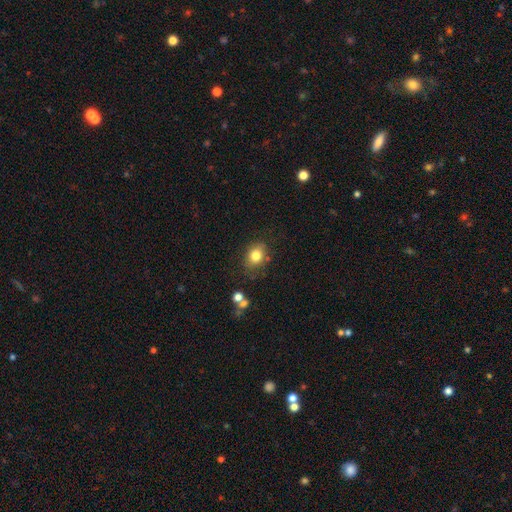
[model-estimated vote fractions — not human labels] smooth 80%, star or artifact 11%, featured or disk 9%. Down the decision tree: how rounded — in between (53%); merging — none (75%).